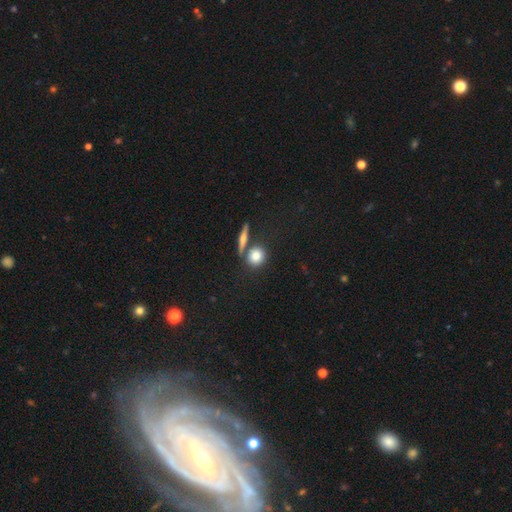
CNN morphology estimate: Q: Smooth or featured?
A: smooth (79%); runner-up: featured or disk (12%)
Q: How rounded?
A: round (82%); runner-up: in between (14%)
Q: Merging?
A: none (71%); runner-up: merger (16%)